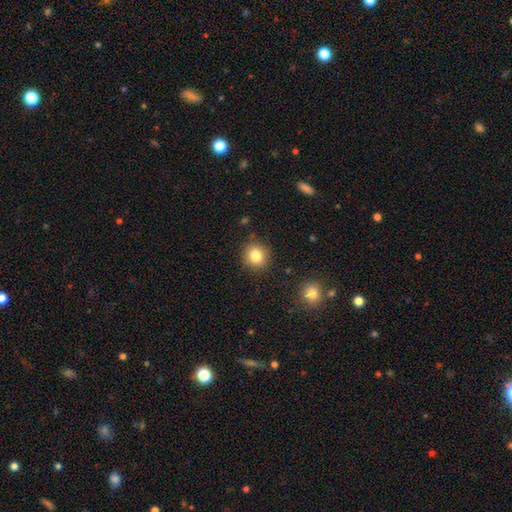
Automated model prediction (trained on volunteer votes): Q: Smooth or featured?
A: smooth (83%); runner-up: star or artifact (10%)
Q: How rounded?
A: round (88%); runner-up: in between (11%)
Q: Merging?
A: none (88%); runner-up: minor disturbance (8%)